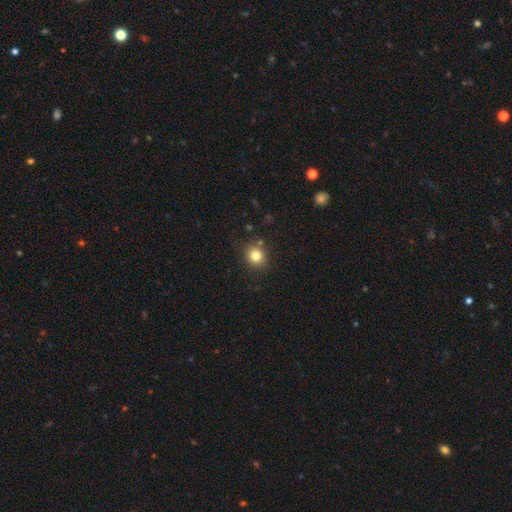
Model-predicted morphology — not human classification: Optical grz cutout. It shows a smooth galaxy with no disk features (81%) that is round (78%). Merging: none (83%).